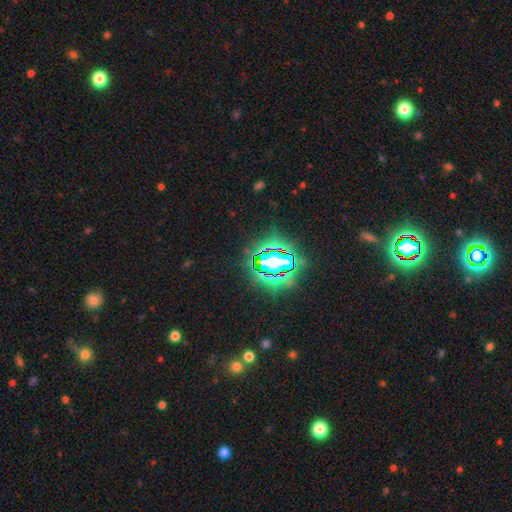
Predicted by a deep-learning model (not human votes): Overall: star or artifact (83%).